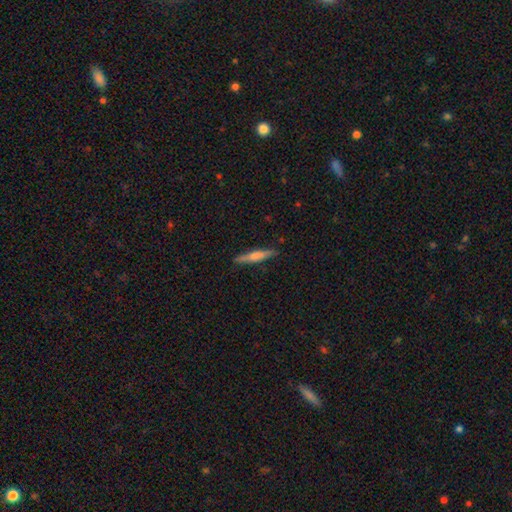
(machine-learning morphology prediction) Smooth or featured: featured or disk — 53% (smooth — 40%)
Edge-on disk: yes — 97% (no — 3%)
Edge-on bulge: rounded — 63% (none — 19%)
Merging: none — 90% (minor disturbance — 8%)